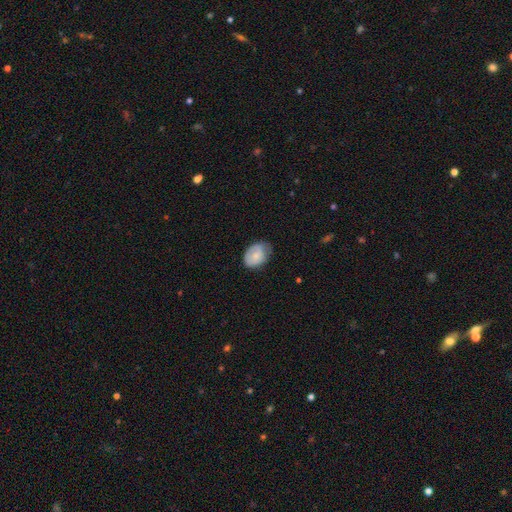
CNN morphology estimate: Smooth or featured?
  - smooth: 72% *
  - featured or disk: 21%
  - star or artifact: 7%
How rounded?
  - in between: 75% *
  - round: 24%
  - cigar-shaped: 1%
Merging?
  - none: 51% *
  - minor disturbance: 37%
  - major disturbance: 11%
  - merger: 1%